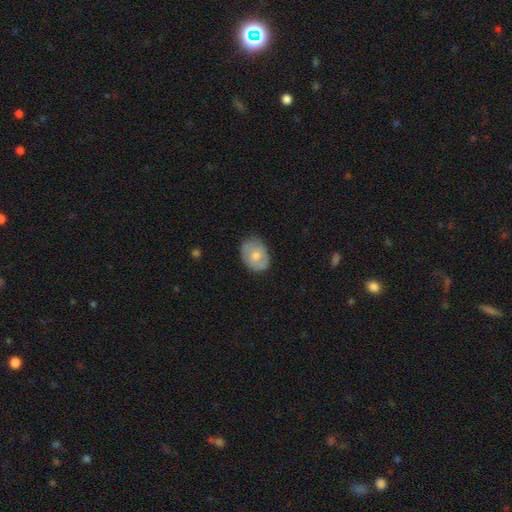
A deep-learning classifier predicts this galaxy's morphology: A smooth galaxy with no disk features (61%) that is in between round and cigar-shaped (67%). Merging: none (72%).